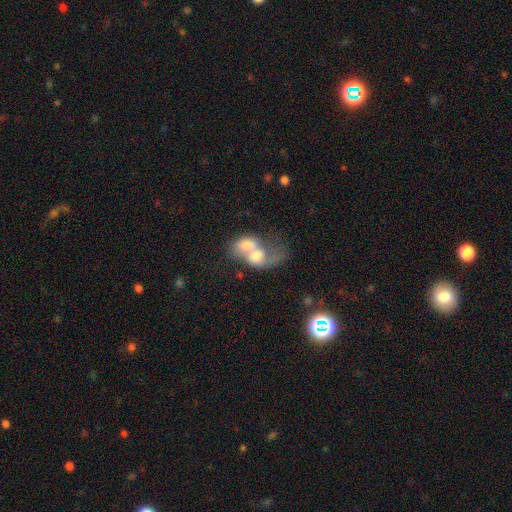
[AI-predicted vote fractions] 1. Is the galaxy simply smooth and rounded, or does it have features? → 54% smooth, 37% featured or disk, 8% star or artifact.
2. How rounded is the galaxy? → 65% in between, 33% round, 2% cigar-shaped.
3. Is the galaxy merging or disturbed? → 82% merger, 9% major disturbance, 5% none, 3% minor disturbance.